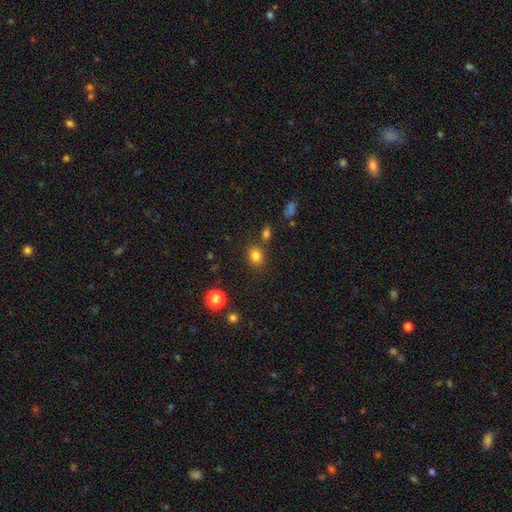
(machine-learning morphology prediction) This appears to be a smooth galaxy with no disk features (81%) that is round (57%). Merging: none (76%).